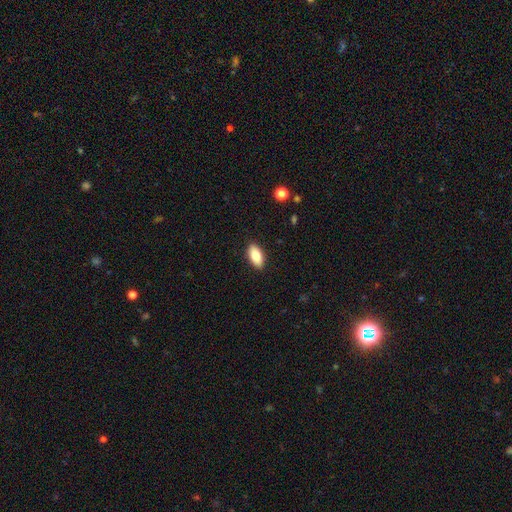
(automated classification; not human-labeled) Smooth or featured? Predicted: smooth (p=0.85). How rounded? Predicted: in between (p=0.92). Merging? Predicted: none (p=0.89).